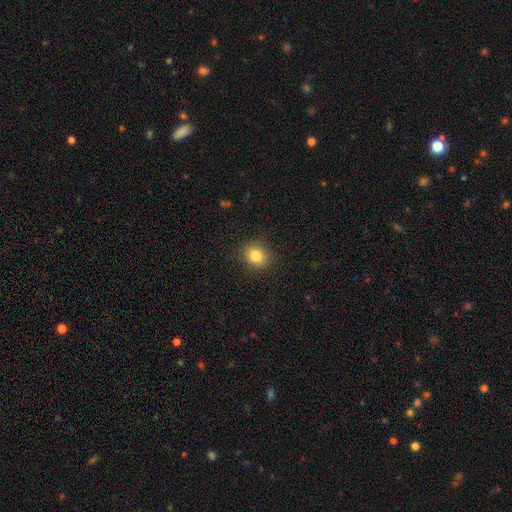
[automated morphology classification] A smooth galaxy with no disk features (84%) that is round (59%).

Vote fractions:
- Smooth or featured? smooth: 84% / star or artifact: 10% / featured or disk: 6%
- How rounded? round: 59% / in between: 40% / cigar-shaped: 1%
- Merging? none: 88% / minor disturbance: 9% / major disturbance: 3% / merger: 1%